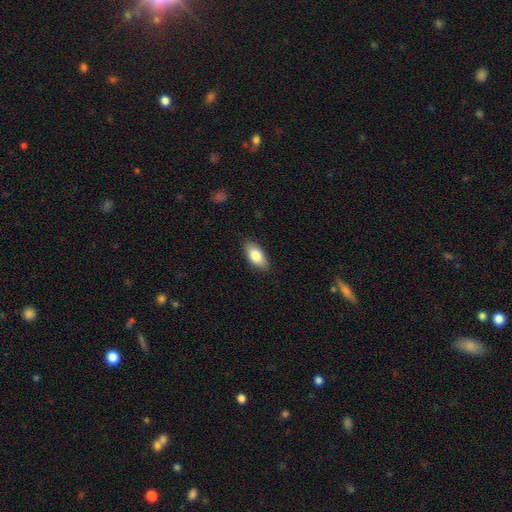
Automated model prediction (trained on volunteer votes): smooth 83%, featured or disk 11%, star or artifact 6%. Down the decision tree: how rounded — in between (91%); merging — none (86%).